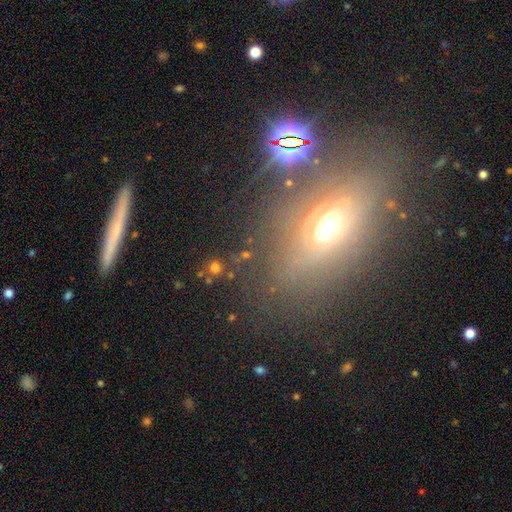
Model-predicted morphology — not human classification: Overall: smooth (41%; featured or disk 32%). Merging: none (76%).